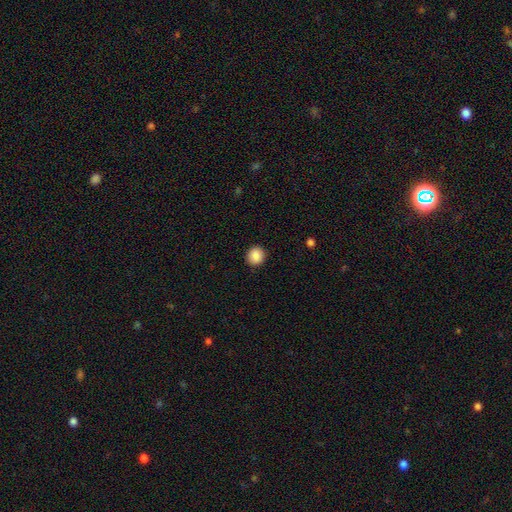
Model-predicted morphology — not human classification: smooth-or-featured: smooth: 88% | star or artifact: 8% | featured or disk: 3%
  how-rounded: round: 89% | in between: 10% | cigar-shaped: 1%
  merging: none: 92% | minor disturbance: 6% | major disturbance: 2% | merger: 1%